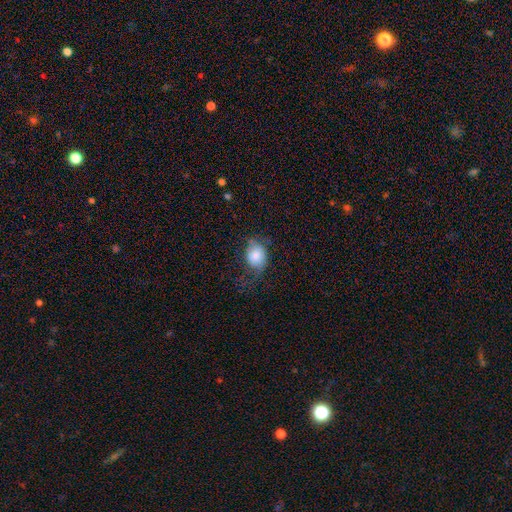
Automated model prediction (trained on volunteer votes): Smooth or featured: smooth — 70% (featured or disk — 22%)
How rounded: in between — 60% (round — 39%)
Merging: none — 40% (major disturbance — 30%)